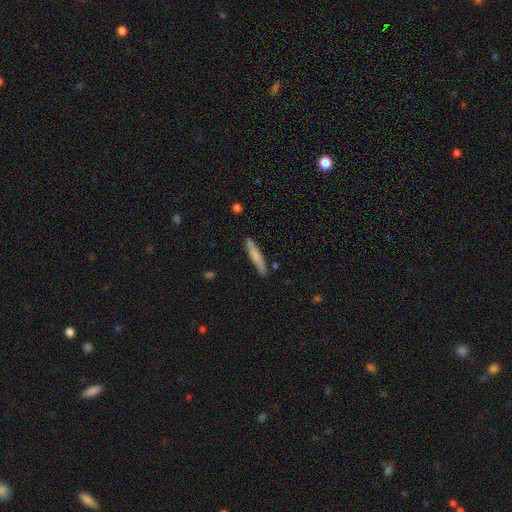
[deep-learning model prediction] The model was most divided on "smooth or featured": smooth: 72%, featured or disk: 22%, star or artifact: 6%. More confident: how rounded — cigar-shaped (92%); merging — none (85%).